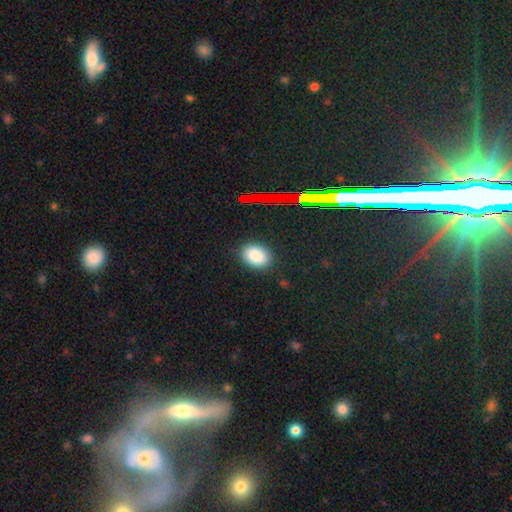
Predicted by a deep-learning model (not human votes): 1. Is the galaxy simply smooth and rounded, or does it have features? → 86% smooth, 10% star or artifact, 4% featured or disk.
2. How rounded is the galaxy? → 76% in between, 22% round, 1% cigar-shaped.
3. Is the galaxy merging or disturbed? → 87% none, 9% minor disturbance, 3% major disturbance, 1% merger.